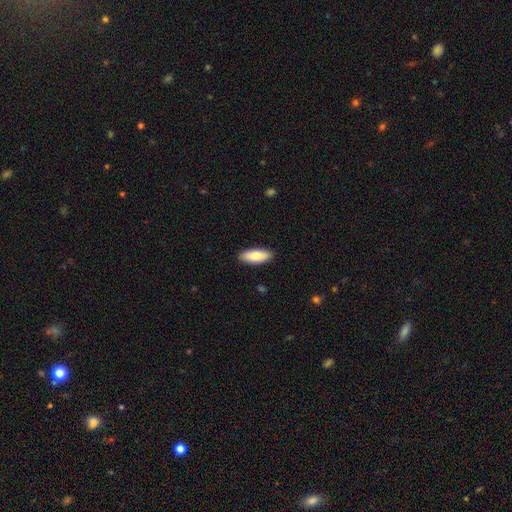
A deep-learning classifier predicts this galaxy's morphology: Overall: smooth (80%). How rounded: in between (75%). Merging: none (90%).